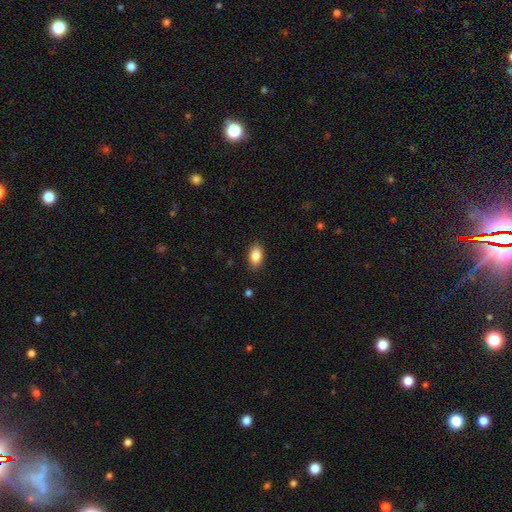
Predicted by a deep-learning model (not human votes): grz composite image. It shows a smooth galaxy with no disk features (86%) that is in between round and cigar-shaped (88%). Merging: none (87%).